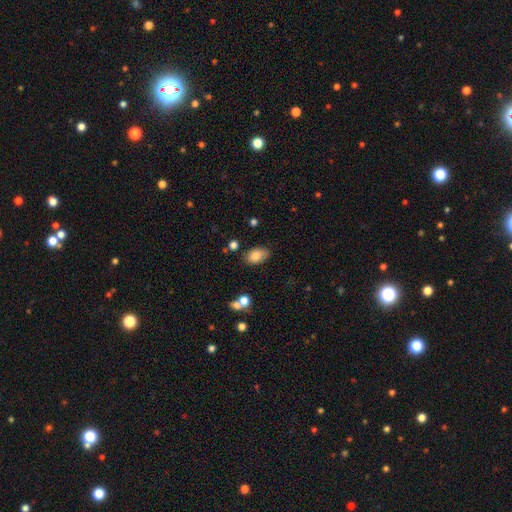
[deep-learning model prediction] Smooth or featured?
  - smooth: 82% *
  - featured or disk: 10%
  - star or artifact: 8%
How rounded?
  - in between: 92% *
  - round: 7%
  - cigar-shaped: 1%
Merging?
  - none: 75% *
  - minor disturbance: 17%
  - major disturbance: 4%
  - merger: 4%